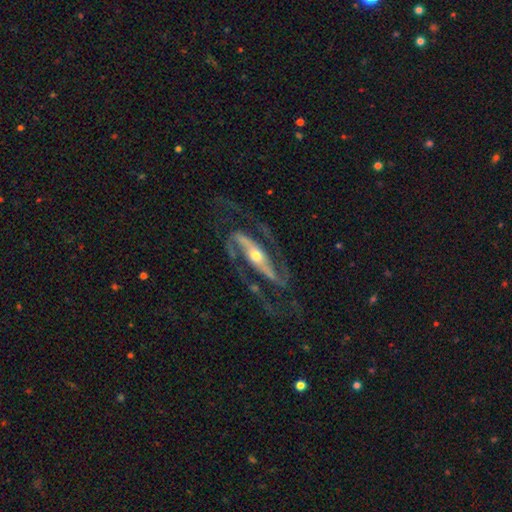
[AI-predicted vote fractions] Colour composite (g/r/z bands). It shows a featured or disk galaxy (90%) with a strong bar (59%), 2 (89%) medium (52%) spiral arms (96%) and a moderate central bulge (59%). Merging: none (65%).